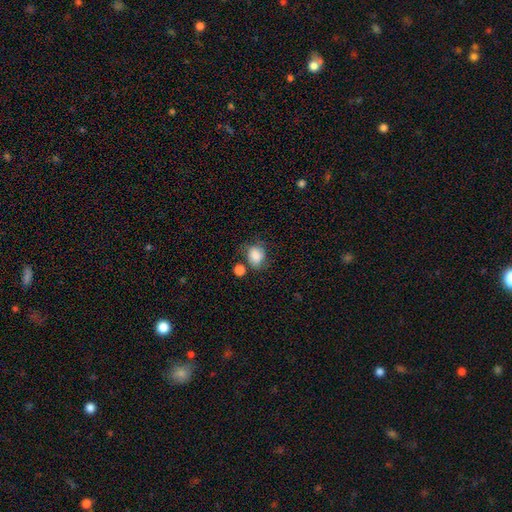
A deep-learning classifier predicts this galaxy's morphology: Smooth or featured? smooth (82%)
How rounded? round (50%)
Merging? none (52%)